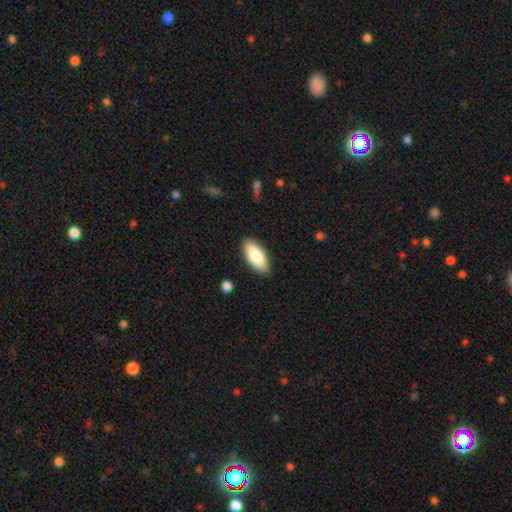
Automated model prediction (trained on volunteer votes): The model was most divided on "smooth or featured": smooth: 83%, featured or disk: 11%, star or artifact: 6%. More confident: merging — none (88%); how rounded — in between (88%).